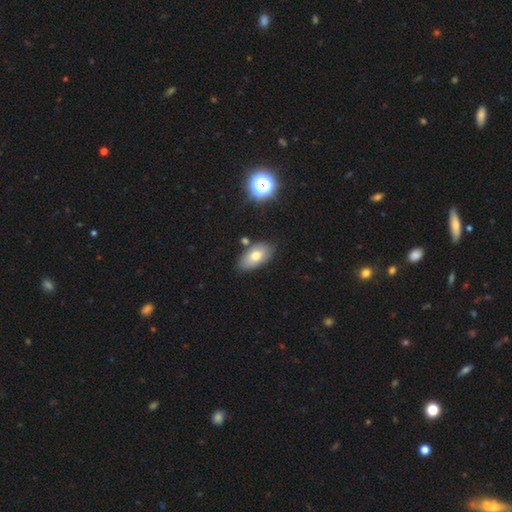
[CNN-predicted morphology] smooth-or-featured: smooth: 72% | featured or disk: 19% | star or artifact: 9%
  how-rounded: in between: 92% | round: 5% | cigar-shaped: 3%
  merging: none: 77% | minor disturbance: 14% | merger: 6% | major disturbance: 3%